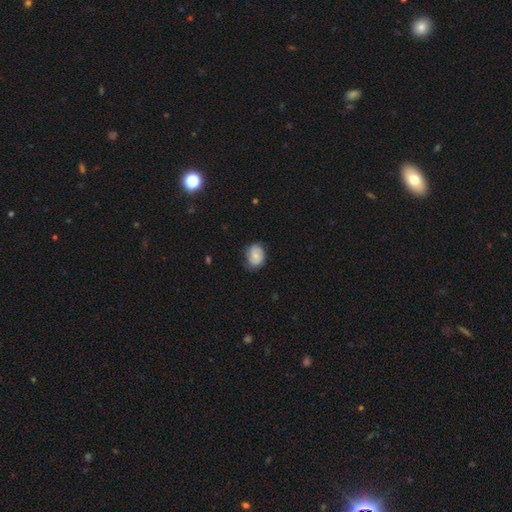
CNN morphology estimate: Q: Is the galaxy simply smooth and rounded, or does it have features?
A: smooth — 49%.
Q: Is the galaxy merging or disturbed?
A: none — 64%.